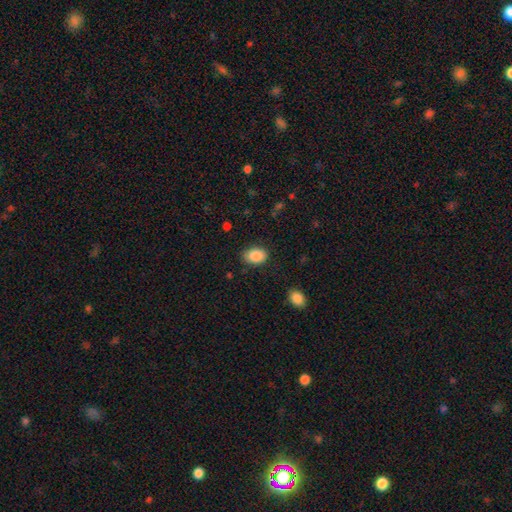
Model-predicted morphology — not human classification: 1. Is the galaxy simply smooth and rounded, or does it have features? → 89% smooth, 7% star or artifact, 4% featured or disk.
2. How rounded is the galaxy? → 86% in between, 13% round, 1% cigar-shaped.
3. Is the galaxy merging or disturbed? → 82% none, 13% minor disturbance, 3% major disturbance, 1% merger.